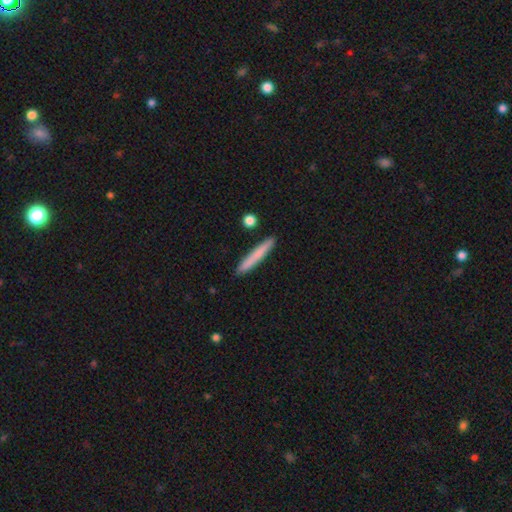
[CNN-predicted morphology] smooth_or_featured: smooth (p=0.75) [alt: featured or disk p=0.20]
how_rounded: cigar-shaped (p=0.96) [alt: in between p=0.03]
merging: none (p=0.90) [alt: minor disturbance p=0.07]